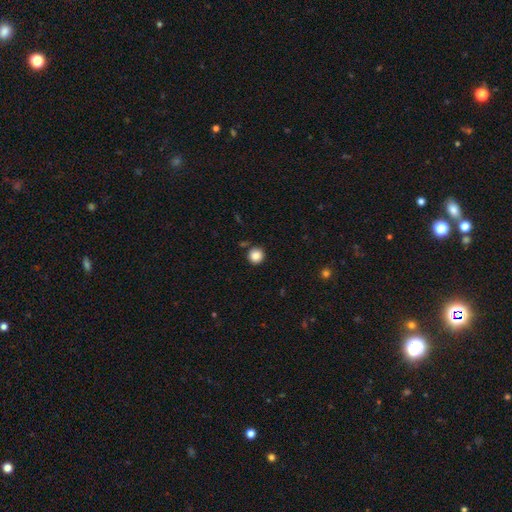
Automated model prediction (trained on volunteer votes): A smooth galaxy with no disk features (87%) that is round (94%). Merging: none (88%).